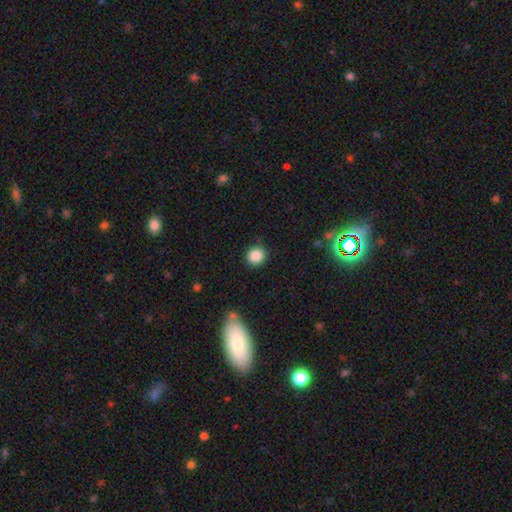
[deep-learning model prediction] A smooth galaxy with no disk features (86%) that is round (90%).

Vote fractions:
- Smooth or featured? smooth: 86% / star or artifact: 10% / featured or disk: 4%
- How rounded? round: 90% / in between: 9% / cigar-shaped: 1%
- Merging? none: 88% / minor disturbance: 8% / major disturbance: 2% / merger: 1%